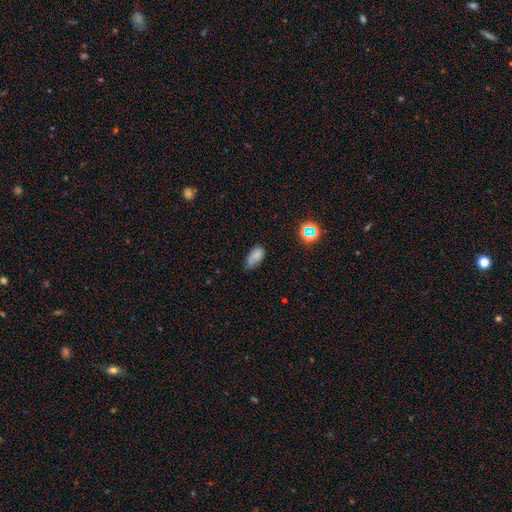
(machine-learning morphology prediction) The model was most divided on "merging": none: 50%, minor disturbance: 36%, major disturbance: 9%, merger: 4%. More confident: how rounded — in between (91%); smooth or featured — smooth (76%).